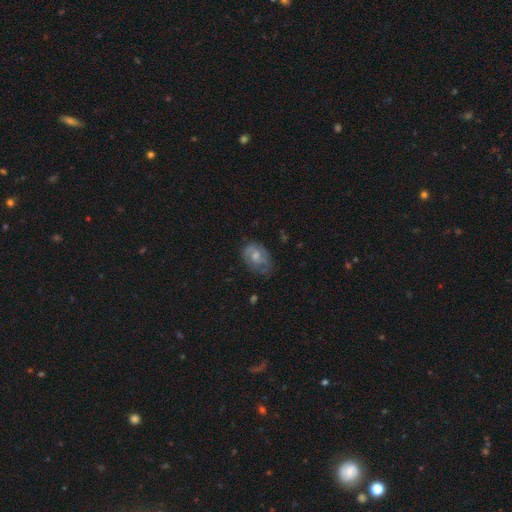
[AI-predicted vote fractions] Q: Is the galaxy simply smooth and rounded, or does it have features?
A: smooth — 50%.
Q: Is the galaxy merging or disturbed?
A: none — 50%.